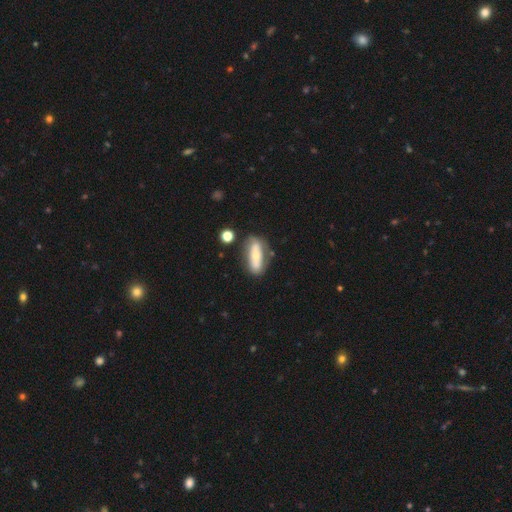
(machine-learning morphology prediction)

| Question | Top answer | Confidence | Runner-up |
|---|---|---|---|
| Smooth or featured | smooth | 52% | featured or disk (42%) |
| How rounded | in between | 66% | cigar-shaped (31%) |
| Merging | none | 68% | minor disturbance (18%) |